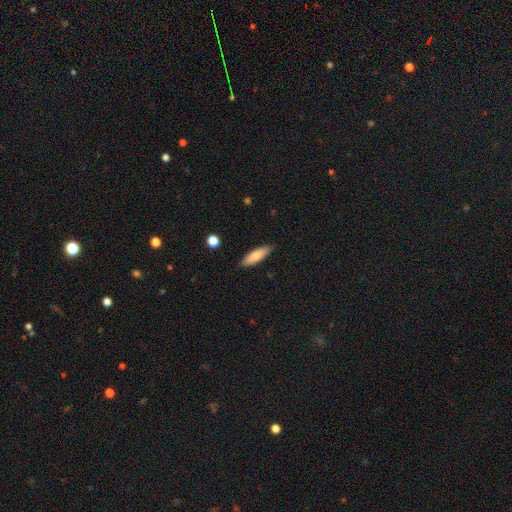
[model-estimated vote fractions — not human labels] The model was most divided on "how rounded": cigar-shaped: 50%, in between: 48%, round: 2%. More confident: merging — none (87%); smooth or featured — smooth (74%).